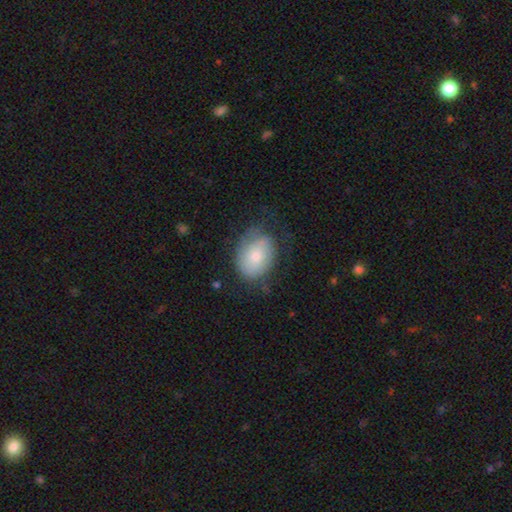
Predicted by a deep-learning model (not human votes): A smooth galaxy with no disk features (68%) that is in between round and cigar-shaped (64%). Merging: none (59%).